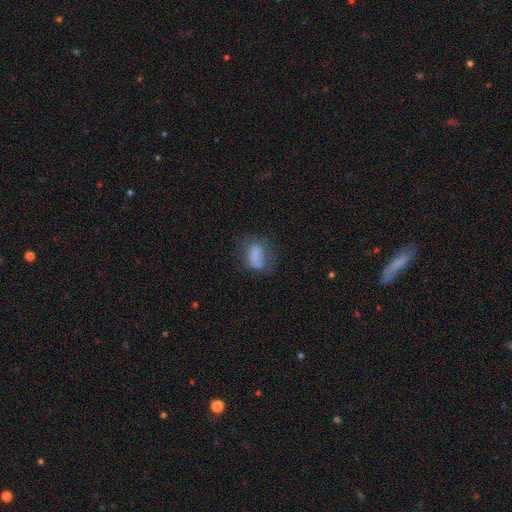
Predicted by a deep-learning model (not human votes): Smooth or featured? Predicted: smooth (p=0.67). How rounded? Predicted: in between (p=0.76). Merging? Predicted: none (p=0.39).